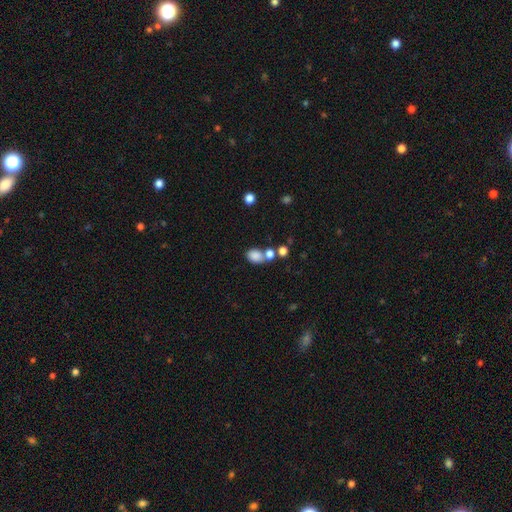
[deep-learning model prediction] Smooth or featured: smooth — 82% (star or artifact — 10%)
How rounded: in between — 67% (round — 32%)
Merging: none — 45% (merger — 38%)